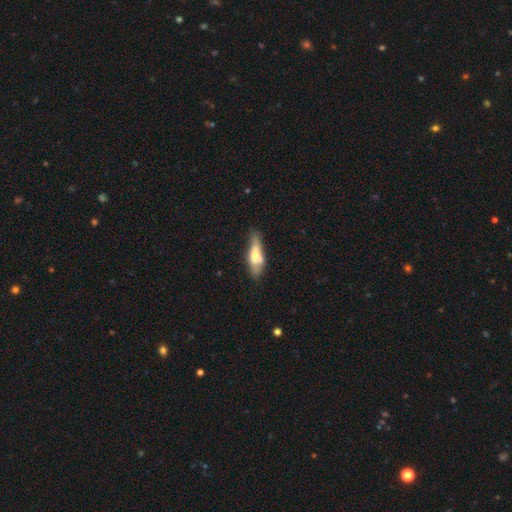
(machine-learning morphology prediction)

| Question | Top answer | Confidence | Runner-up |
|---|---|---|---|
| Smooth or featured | smooth | 55% | featured or disk (39%) |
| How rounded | in between | 52% | cigar-shaped (46%) |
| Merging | none | 53% | minor disturbance (29%) |